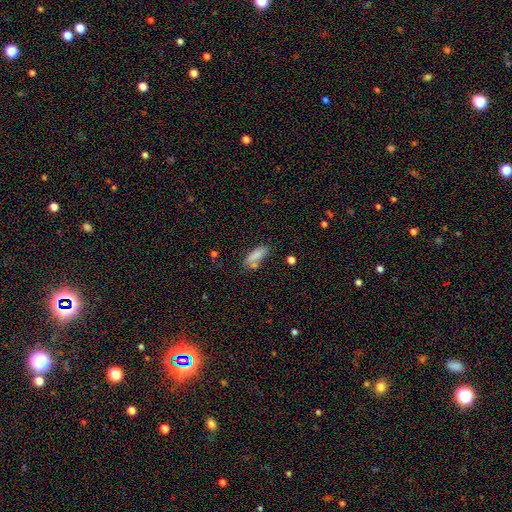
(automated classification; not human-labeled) Smooth or featured?
  - smooth: 83% *
  - featured or disk: 8%
  - star or artifact: 8%
How rounded?
  - in between: 62% *
  - cigar-shaped: 35%
  - round: 2%
Merging?
  - none: 63% *
  - minor disturbance: 19%
  - merger: 12%
  - major disturbance: 6%